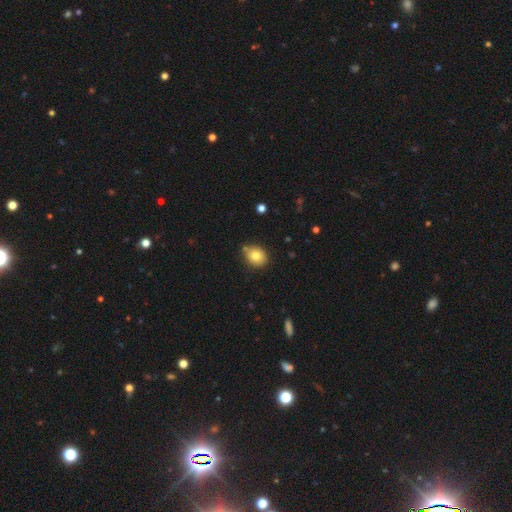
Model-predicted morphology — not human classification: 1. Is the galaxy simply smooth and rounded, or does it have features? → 81% smooth, 10% star or artifact, 10% featured or disk.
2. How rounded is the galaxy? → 66% round, 33% in between, 1% cigar-shaped.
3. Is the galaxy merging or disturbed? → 79% none, 13% minor disturbance, 5% merger, 3% major disturbance.